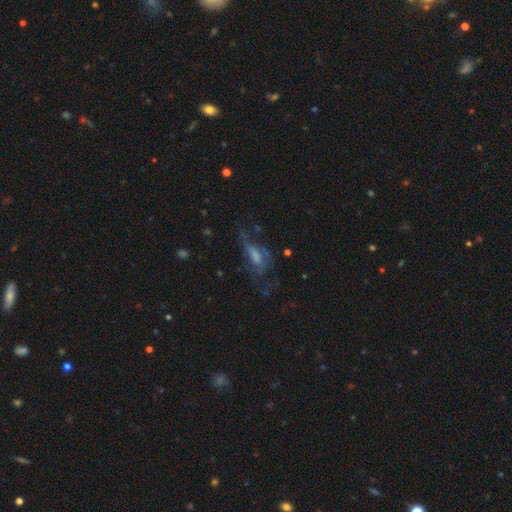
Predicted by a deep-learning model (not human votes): This appears to be a featured or disk galaxy (54%). Merging: none (42%).